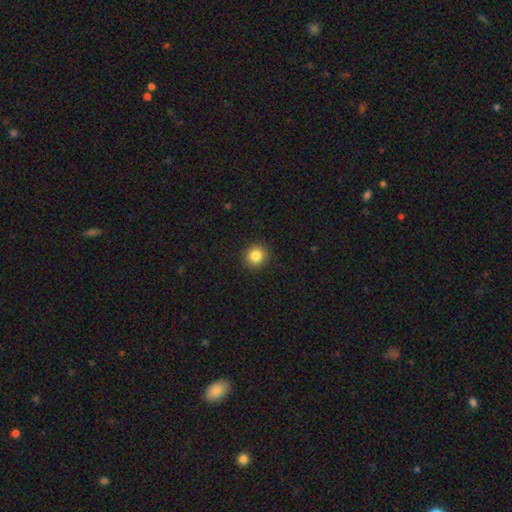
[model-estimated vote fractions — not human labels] This is clearly a smooth galaxy (85%). How rounded: clearly round (94%). Merging: clearly none (93%).